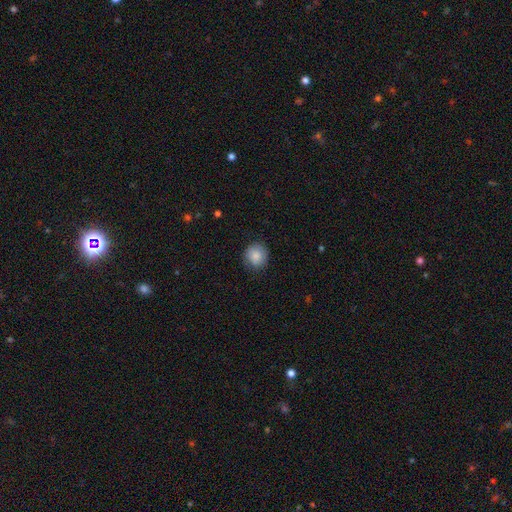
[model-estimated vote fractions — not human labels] smooth-or-featured: smooth: 86% | star or artifact: 8% | featured or disk: 7%
  how-rounded: round: 88% | in between: 11% | cigar-shaped: 1%
  merging: none: 82% | minor disturbance: 14% | major disturbance: 3% | merger: 1%